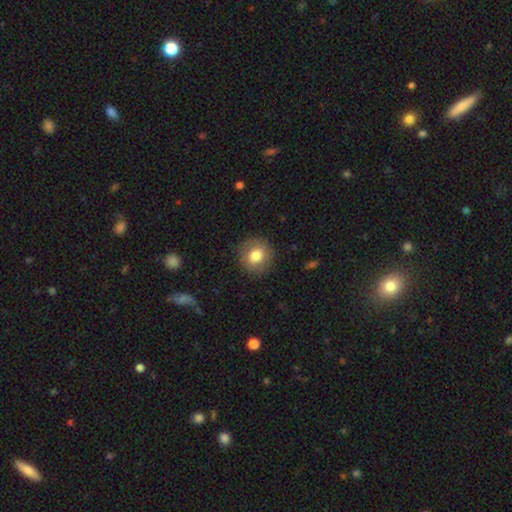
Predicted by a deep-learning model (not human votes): A smooth galaxy with no disk features (78%) that is round (87%). Merging: none (87%).